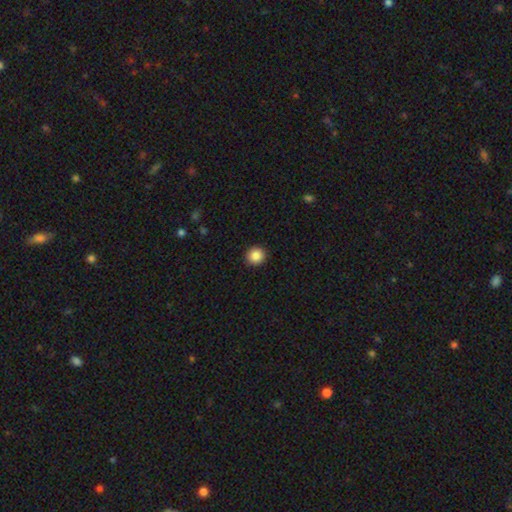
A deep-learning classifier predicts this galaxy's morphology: smooth-or-featured: smooth: 87% | star or artifact: 9% | featured or disk: 4%
  how-rounded: round: 92% | in between: 7% | cigar-shaped: 1%
  merging: none: 93% | minor disturbance: 5% | major disturbance: 2% | merger: 1%